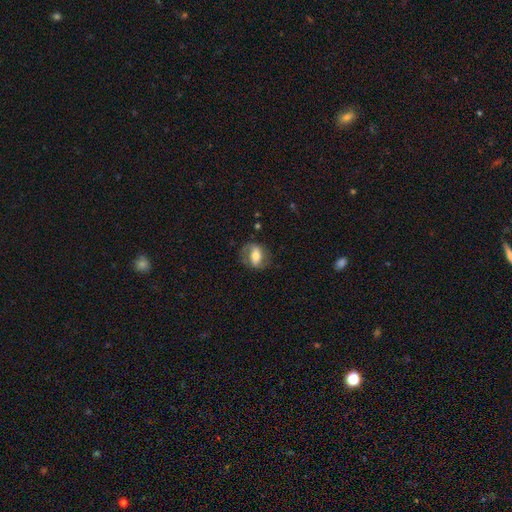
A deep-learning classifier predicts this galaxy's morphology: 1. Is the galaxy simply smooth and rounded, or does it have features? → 46% featured or disk (tied), 46% smooth (tied), 7% star or artifact.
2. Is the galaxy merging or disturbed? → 68% none, 20% minor disturbance, 11% major disturbance, 1% merger.